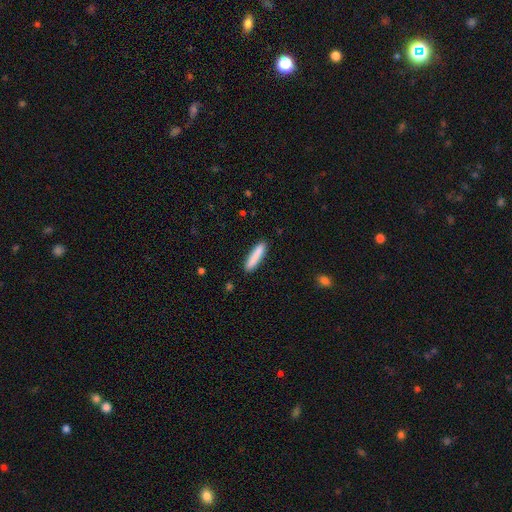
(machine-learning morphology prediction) This is clearly a smooth galaxy (86%). How rounded: clearly cigar-shaped (85%). Merging: clearly none (88%).